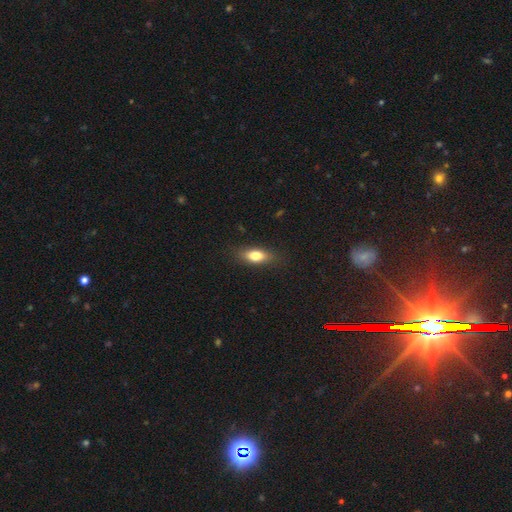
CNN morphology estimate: A smooth galaxy with no disk features (77%) that is in between round and cigar-shaped (75%). Merging: none (84%).